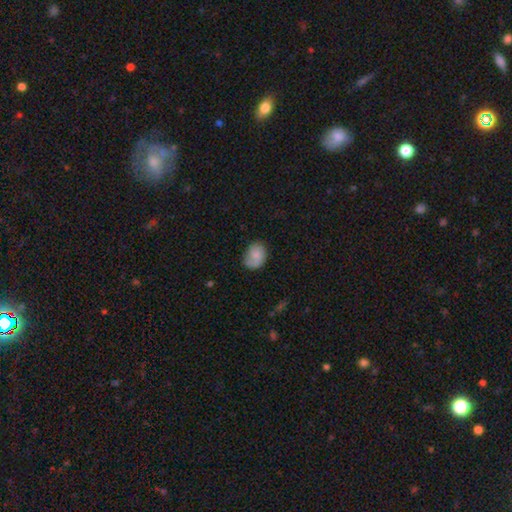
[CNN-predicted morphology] Smooth or featured? smooth (74%)
How rounded? in between (60%)
Merging? none (60%)